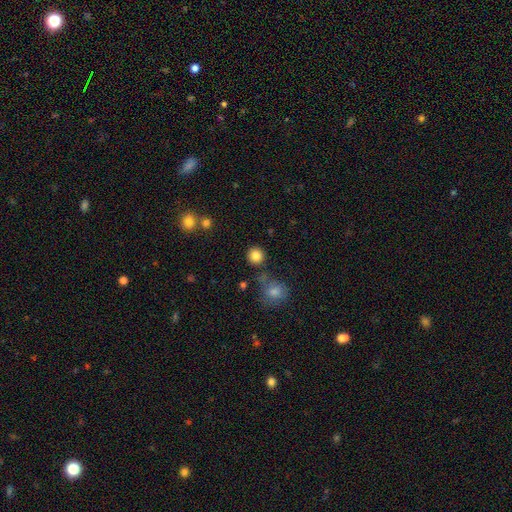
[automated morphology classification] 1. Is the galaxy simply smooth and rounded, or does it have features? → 84% smooth, 11% star or artifact, 5% featured or disk.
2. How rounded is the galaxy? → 93% round, 6% in between, 1% cigar-shaped.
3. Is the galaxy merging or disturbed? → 83% none, 8% minor disturbance, 6% merger, 3% major disturbance.